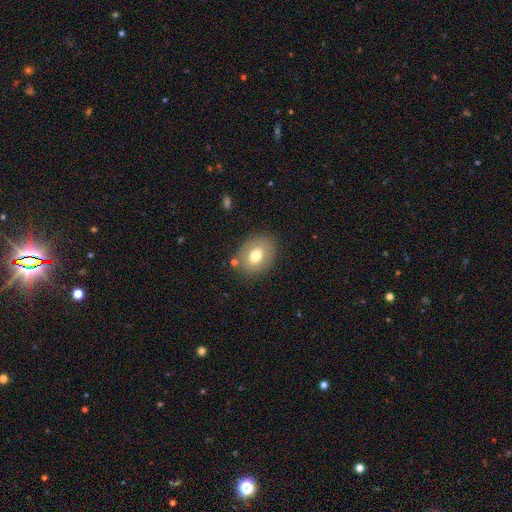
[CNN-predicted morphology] smooth-or-featured: smooth: 69% | featured or disk: 22% | star or artifact: 9%
  how-rounded: in between: 57% | round: 42% | cigar-shaped: 1%
  merging: none: 79% | minor disturbance: 13% | major disturbance: 4% | merger: 4%